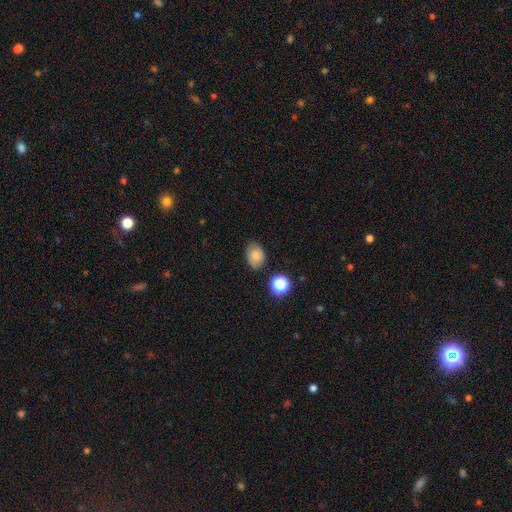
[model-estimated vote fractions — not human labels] This appears to be a smooth galaxy with no disk features (78%) that is in between round and cigar-shaped (70%). Merging: none (76%).